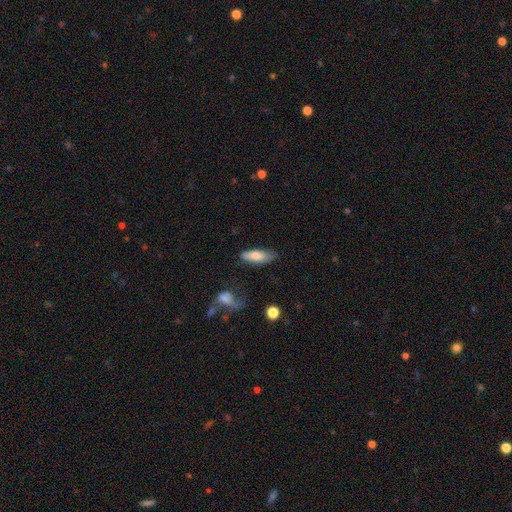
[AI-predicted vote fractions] This appears to be a smooth galaxy with no disk features (75%) that is in between round and cigar-shaped (62%). Merging: none (64%).